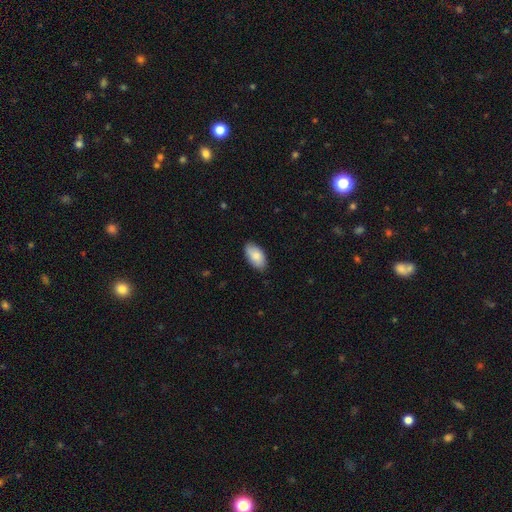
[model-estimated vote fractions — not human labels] smooth-or-featured: smooth: 86% | featured or disk: 9% | star or artifact: 6%
  how-rounded: in between: 95% | round: 3% | cigar-shaped: 2%
  merging: none: 85% | minor disturbance: 12% | major disturbance: 2% | merger: 1%